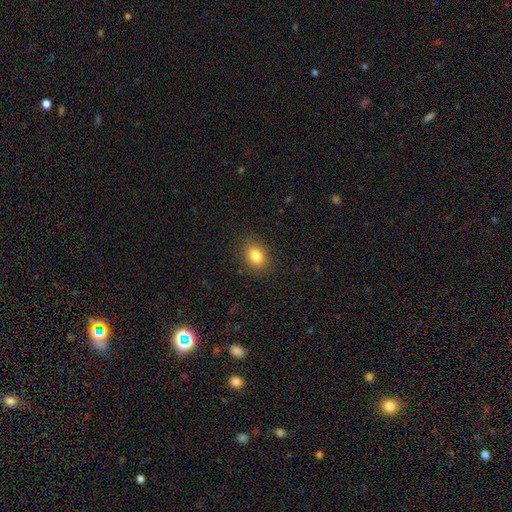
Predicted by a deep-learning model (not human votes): Q: Smooth or featured?
A: smooth (83%); runner-up: star or artifact (10%)
Q: How rounded?
A: in between (64%); runner-up: round (34%)
Q: Merging?
A: none (87%); runner-up: minor disturbance (9%)